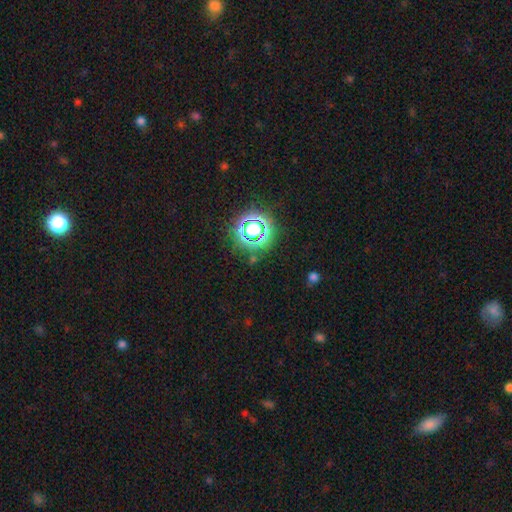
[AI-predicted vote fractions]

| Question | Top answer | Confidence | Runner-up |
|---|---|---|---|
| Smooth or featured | star or artifact | 73% | smooth (19%) |